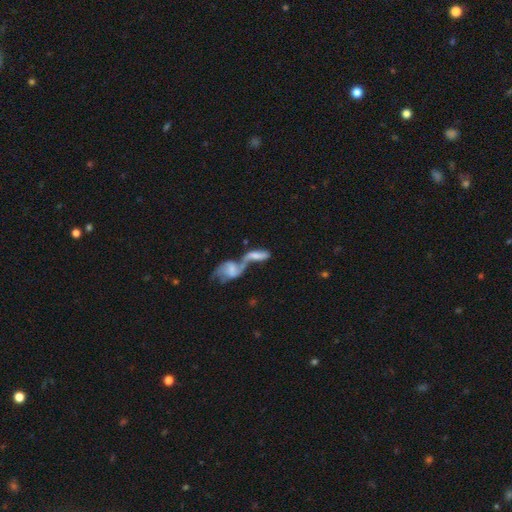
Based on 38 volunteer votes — Morphology: type=smooth (66%); roundness=in between (88%); merging=merger (87%).